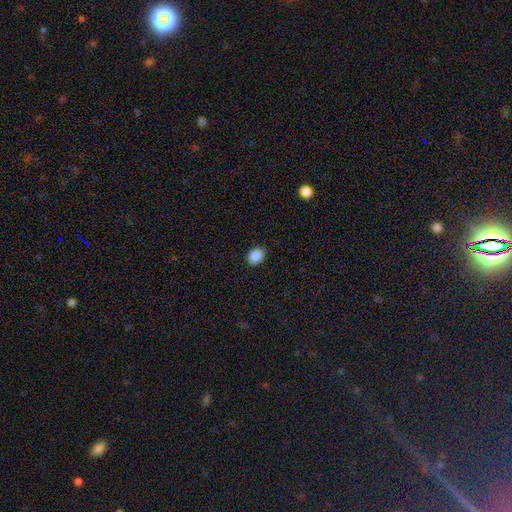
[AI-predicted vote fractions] A smooth galaxy with no disk features (89%) that is in between round and cigar-shaped (63%).

Vote fractions:
- Smooth or featured? smooth: 89% / star or artifact: 8% / featured or disk: 3%
- How rounded? in between: 63% / round: 36% / cigar-shaped: 1%
- Merging? none: 88% / minor disturbance: 9% / major disturbance: 2% / merger: 1%